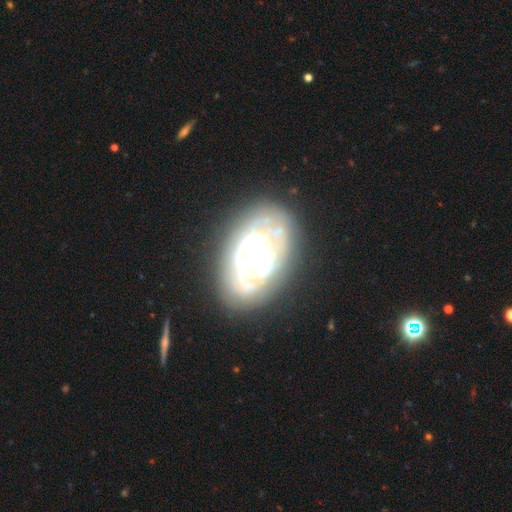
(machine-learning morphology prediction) smooth_or_featured: featured or disk (p=0.81) [alt: smooth p=0.11]
disk_edge_on: no (p=0.96) [alt: yes p=0.04]
bar: no (p=0.63) [alt: weak p=0.22]
has_spiral_arms: yes (p=0.88) [alt: no p=0.12]
spiral_winding: tight (p=0.69) [alt: medium p=0.24]
spiral_arm_count: can't tell (p=0.35) [alt: 3 p=0.21]
bulge_size: large (p=0.45) [alt: moderate p=0.26]
merging: none (p=0.70) [alt: minor disturbance p=0.18]